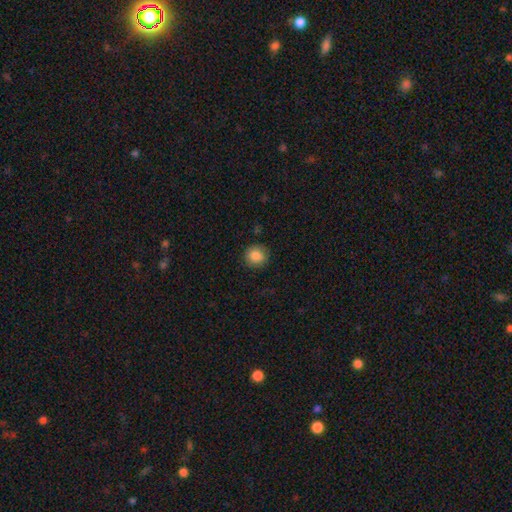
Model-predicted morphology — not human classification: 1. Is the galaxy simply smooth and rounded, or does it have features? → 85% smooth, 9% star or artifact, 6% featured or disk.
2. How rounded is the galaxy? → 88% round, 11% in between, 1% cigar-shaped.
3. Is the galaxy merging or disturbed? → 87% none, 9% minor disturbance, 2% major disturbance, 1% merger.